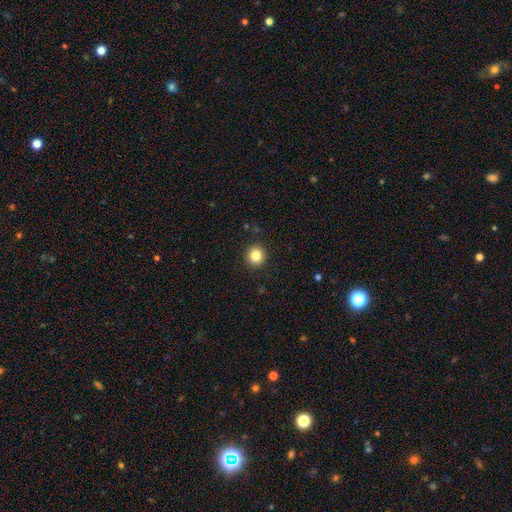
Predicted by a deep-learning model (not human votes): Morphology: type=smooth (84%); roundness=round (92%); merging=none (92%).